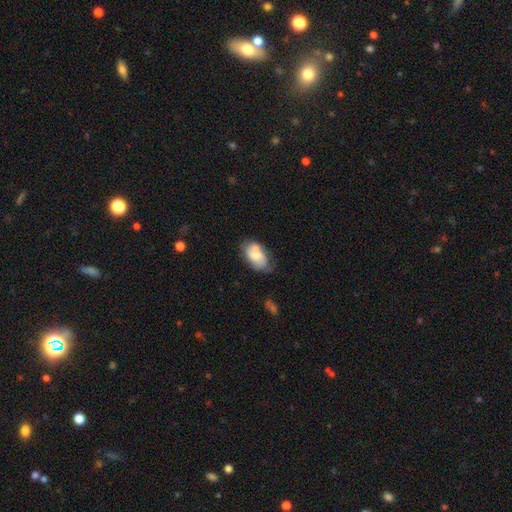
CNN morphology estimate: Smooth or featured?
  - smooth: 61% *
  - featured or disk: 32%
  - star or artifact: 7%
How rounded?
  - in between: 91% *
  - round: 7%
  - cigar-shaped: 2%
Merging?
  - none: 47% *
  - minor disturbance: 27%
  - merger: 17%
  - major disturbance: 9%